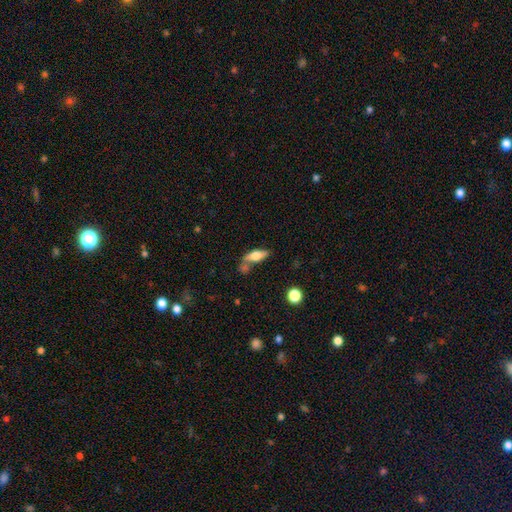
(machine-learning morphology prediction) Smooth or featured? Predicted: smooth (p=0.59). How rounded? Predicted: in between (p=0.61). Merging? Predicted: none (p=0.50).